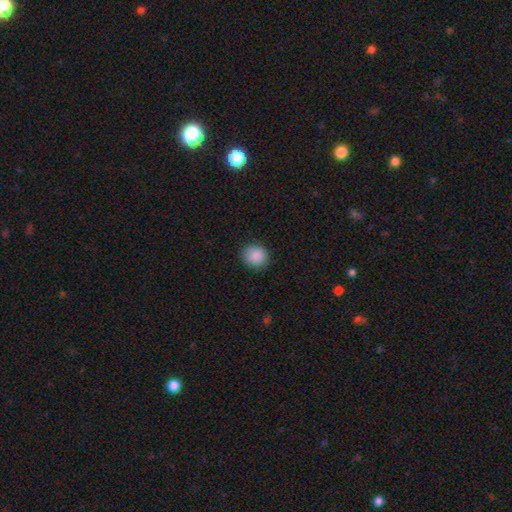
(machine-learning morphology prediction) A smooth galaxy with no disk features (89%) that is round (82%). Merging: none (88%).